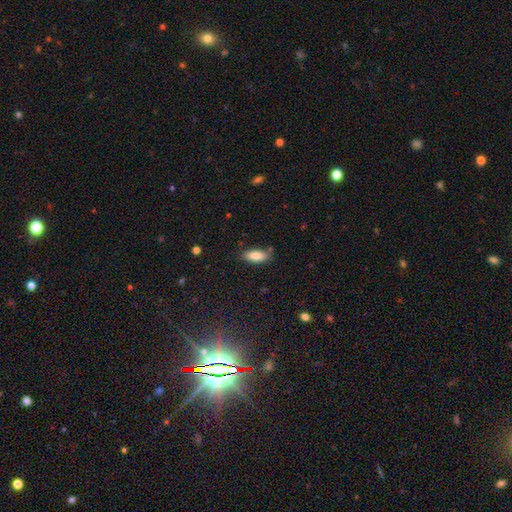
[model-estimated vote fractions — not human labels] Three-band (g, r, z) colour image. It shows a smooth galaxy with no disk features (83%) that is in between round and cigar-shaped (79%). Merging: none (77%).